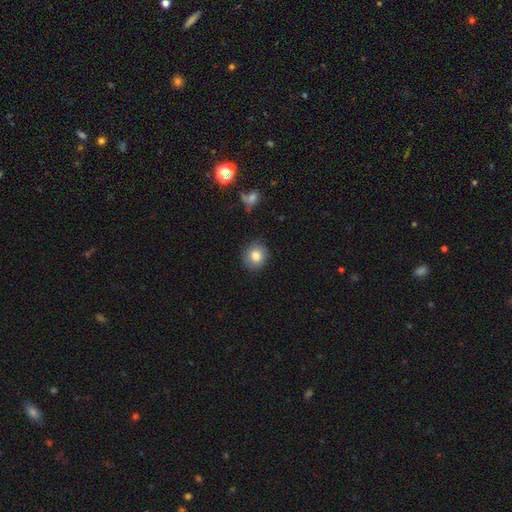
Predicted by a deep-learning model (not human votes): The model was most divided on "smooth or featured": smooth: 81%, featured or disk: 10%, star or artifact: 9%. More confident: how rounded — round (86%); merging — none (84%).